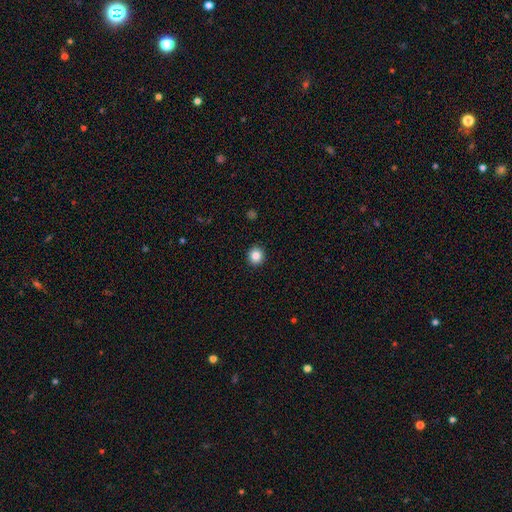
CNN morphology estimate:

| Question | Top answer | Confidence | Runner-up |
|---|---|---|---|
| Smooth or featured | smooth | 85% | star or artifact (10%) |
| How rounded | round | 90% | in between (9%) |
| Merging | none | 93% | minor disturbance (5%) |